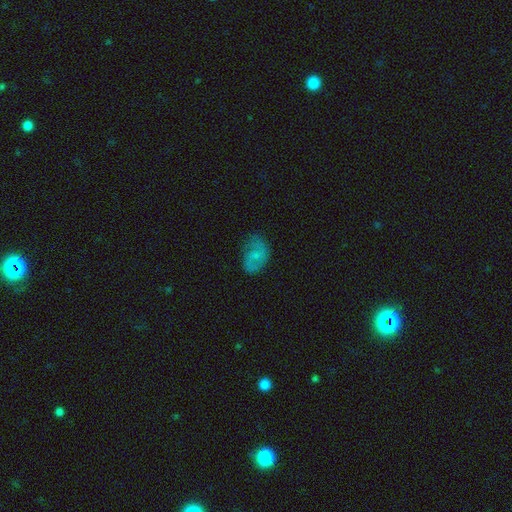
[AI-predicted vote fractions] This is possibly a featured or disk galaxy (47%). Merging: likely none (61%).